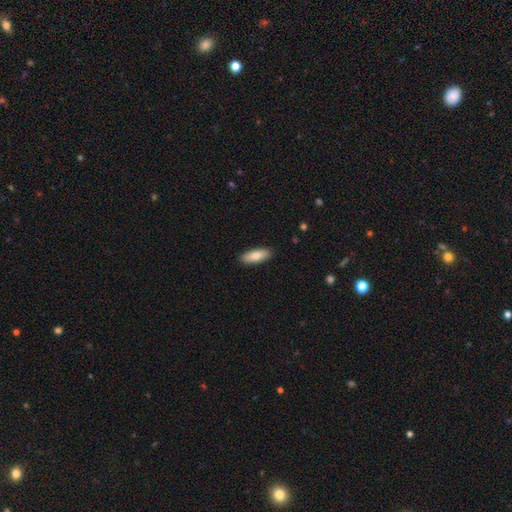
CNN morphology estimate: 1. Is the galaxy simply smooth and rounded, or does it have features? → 79% smooth, 15% featured or disk, 6% star or artifact.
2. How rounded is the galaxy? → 66% in between, 32% cigar-shaped, 2% round.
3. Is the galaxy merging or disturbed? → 90% none, 8% minor disturbance, 2% major disturbance, 1% merger.